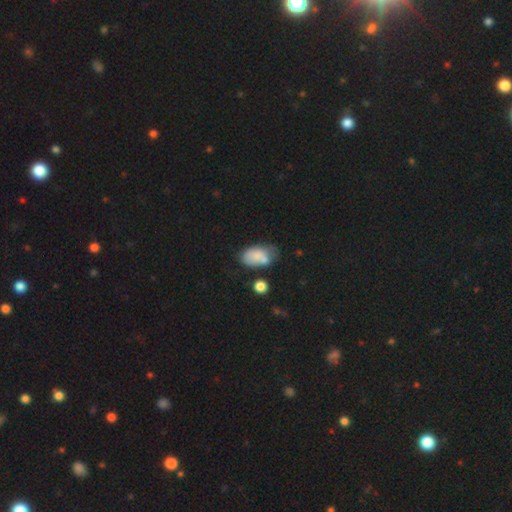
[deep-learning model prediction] Smooth or featured?
  - smooth: 72% *
  - featured or disk: 20%
  - star or artifact: 9%
How rounded?
  - in between: 90% *
  - round: 8%
  - cigar-shaped: 2%
Merging?
  - none: 37% *
  - minor disturbance: 28%
  - merger: 23%
  - major disturbance: 13%